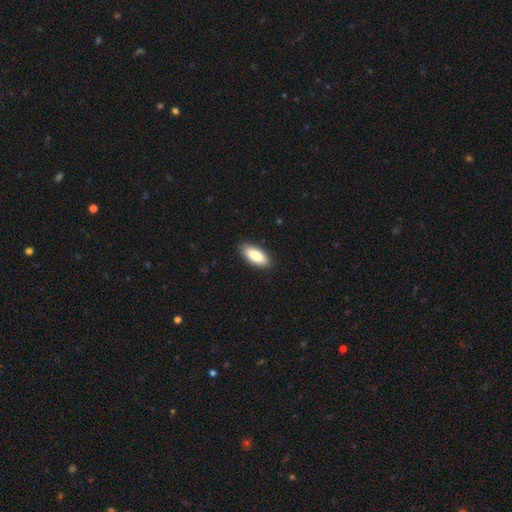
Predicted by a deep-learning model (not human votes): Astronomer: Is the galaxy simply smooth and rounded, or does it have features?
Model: smooth — 86%.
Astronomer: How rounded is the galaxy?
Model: in between — 85%.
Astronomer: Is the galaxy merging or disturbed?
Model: none — 89%.